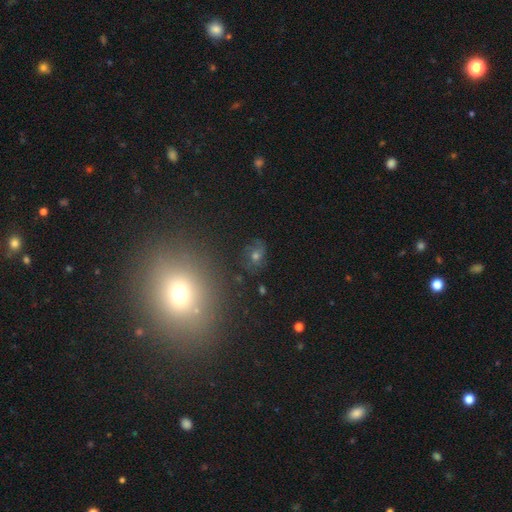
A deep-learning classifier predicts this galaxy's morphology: The model was most divided on "smooth or featured": smooth: 40%, featured or disk: 31%, star or artifact: 28%. More confident: merging — none (70%).